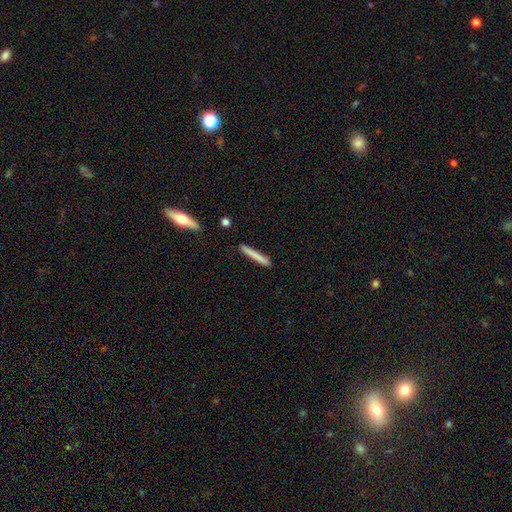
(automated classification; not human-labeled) A smooth galaxy with no disk features (78%) that is cigar-shaped (96%).

Vote fractions:
- Smooth or featured? smooth: 78% / featured or disk: 16% / star or artifact: 6%
- How rounded? cigar-shaped: 96% / in between: 3% / round: 1%
- Merging? none: 88% / minor disturbance: 8% / merger: 2% / major disturbance: 2%